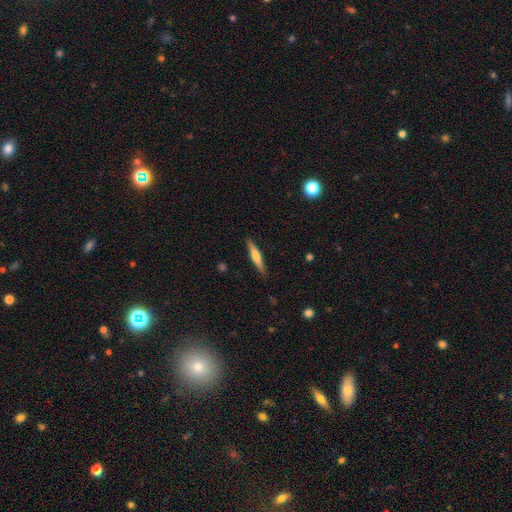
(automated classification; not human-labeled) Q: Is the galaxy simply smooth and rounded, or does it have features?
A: smooth — 50%.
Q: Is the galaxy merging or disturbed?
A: none — 88%.